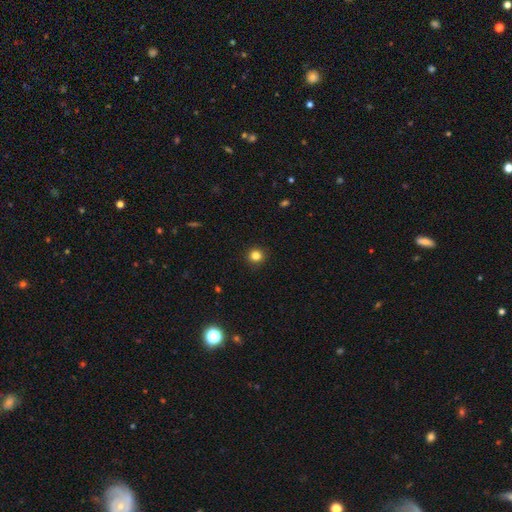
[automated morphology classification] Smooth or featured?
  - smooth: 83% *
  - star or artifact: 13%
  - featured or disk: 5%
How rounded?
  - round: 93% *
  - in between: 6%
  - cigar-shaped: 1%
Merging?
  - none: 92% *
  - minor disturbance: 5%
  - major disturbance: 2%
  - merger: 1%